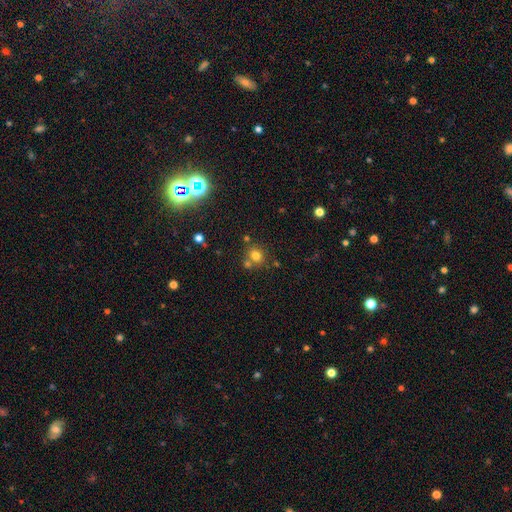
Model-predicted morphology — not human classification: Smooth or featured? smooth (75%)
How rounded? round (78%)
Merging? none (66%)